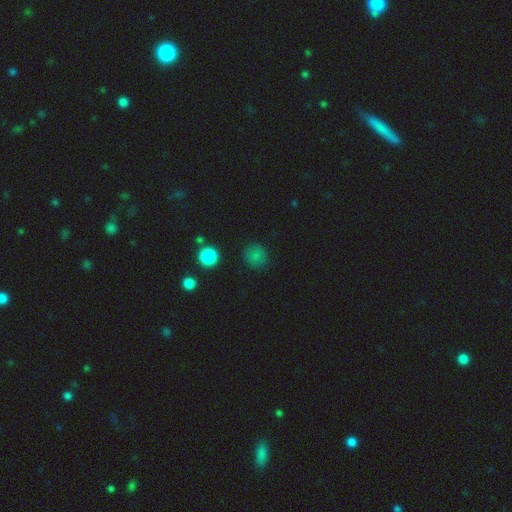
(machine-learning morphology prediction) This appears to be a smooth galaxy with no disk features (77%) that is round (89%). Merging: none (84%).